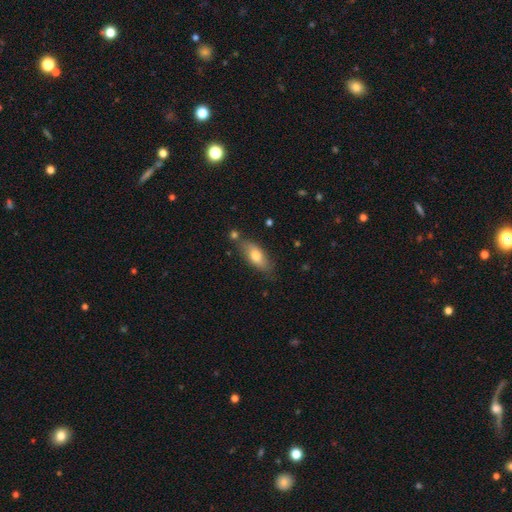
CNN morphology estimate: A smooth galaxy with no disk features (71%) that is in between round and cigar-shaped (74%).

Vote fractions:
- Smooth or featured? smooth: 71% / featured or disk: 22% / star or artifact: 7%
- How rounded? in between: 74% / cigar-shaped: 23% / round: 3%
- Merging? none: 72% / minor disturbance: 17% / merger: 7% / major disturbance: 4%